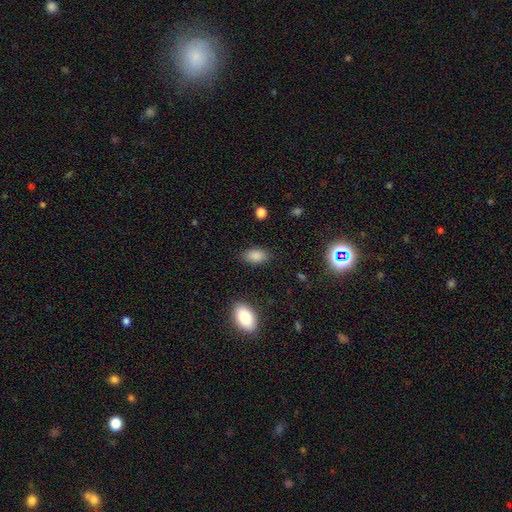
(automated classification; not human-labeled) A smooth galaxy with no disk features (87%) that is in between round and cigar-shaped (91%). Merging: none (85%).